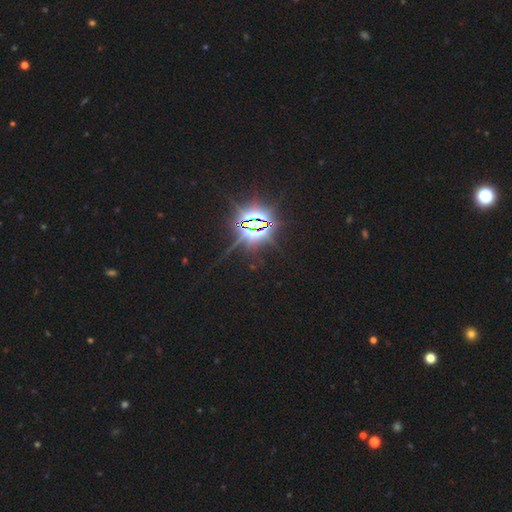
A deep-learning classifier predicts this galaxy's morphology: Overall: star or artifact (87%).